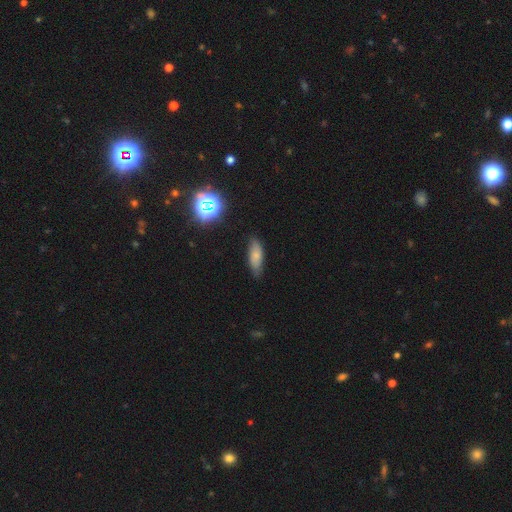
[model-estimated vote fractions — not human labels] Smooth or featured?
  - smooth: 73% *
  - featured or disk: 16%
  - star or artifact: 11%
How rounded?
  - in between: 66% *
  - cigar-shaped: 31%
  - round: 3%
Merging?
  - none: 78% *
  - minor disturbance: 17%
  - major disturbance: 3%
  - merger: 1%